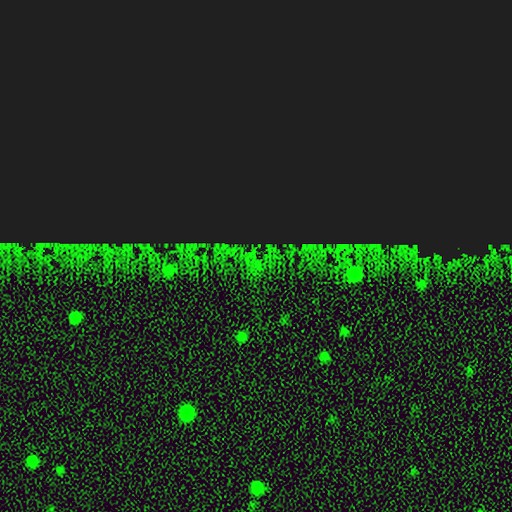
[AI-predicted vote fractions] A star or artifact, not a galaxy (82%).